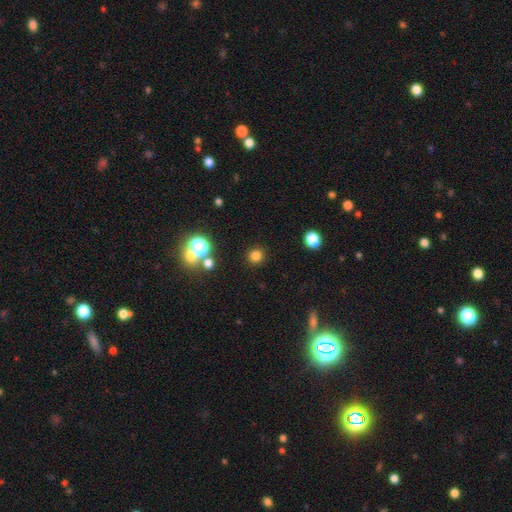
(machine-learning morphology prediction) Smooth or featured? Predicted: smooth (p=0.78). How rounded? Predicted: round (p=0.94). Merging? Predicted: none (p=0.90).